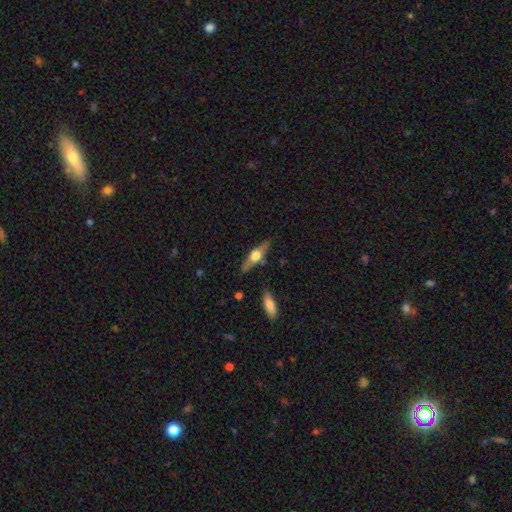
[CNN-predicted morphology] Overall: featured or disk (67%). Edge-on disk: yes (95%). Edge-on bulge: rounded (94%). Merging: none (83%).